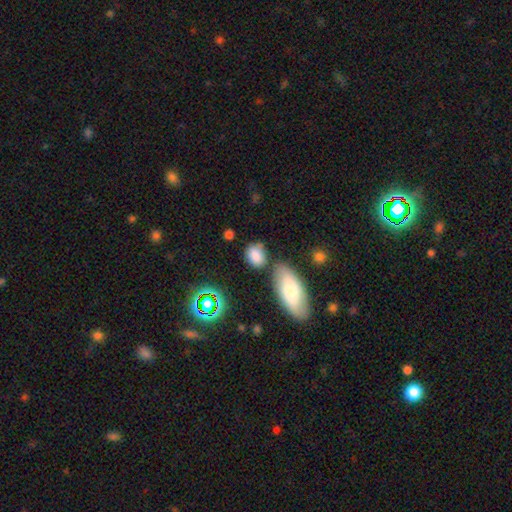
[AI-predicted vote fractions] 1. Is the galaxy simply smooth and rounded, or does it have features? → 81% smooth, 11% star or artifact, 8% featured or disk.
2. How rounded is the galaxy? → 64% in between, 33% round, 3% cigar-shaped.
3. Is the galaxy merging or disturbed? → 64% none, 18% minor disturbance, 13% merger, 5% major disturbance.